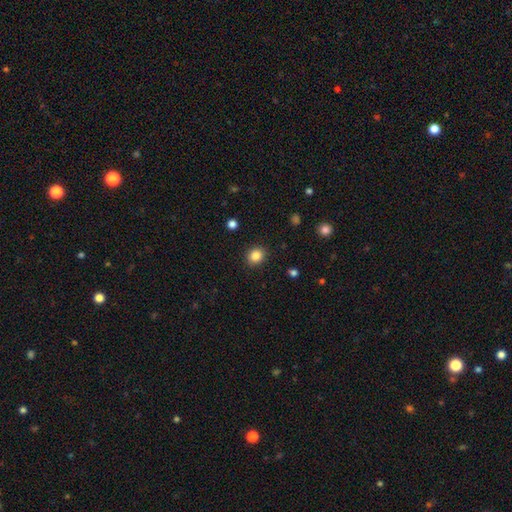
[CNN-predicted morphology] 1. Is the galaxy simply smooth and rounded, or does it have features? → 85% smooth, 10% star or artifact, 4% featured or disk.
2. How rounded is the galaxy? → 72% round, 27% in between, 1% cigar-shaped.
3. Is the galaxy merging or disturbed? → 90% none, 7% minor disturbance, 2% major disturbance, 1% merger.